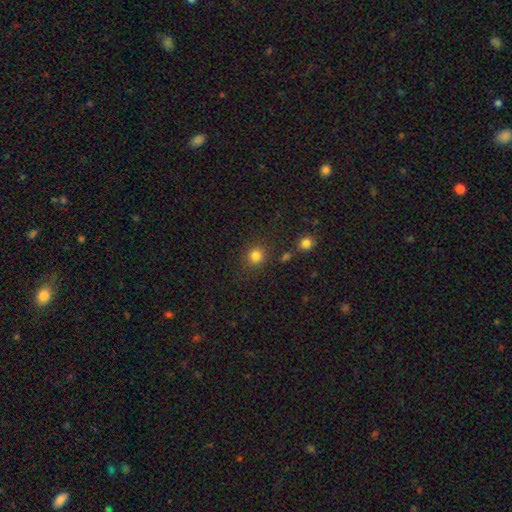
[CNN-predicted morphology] This is clearly a smooth galaxy (82%). How rounded: clearly round (88%). Merging: clearly none (83%).